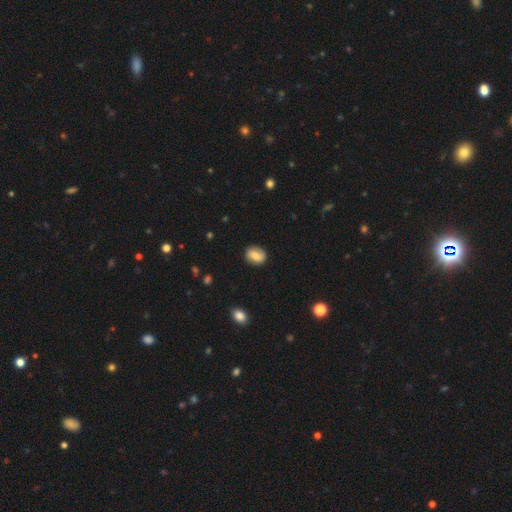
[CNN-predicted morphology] Smooth or featured? Predicted: smooth (p=0.66). How rounded? Predicted: in between (p=0.59). Merging? Predicted: none (p=0.86).